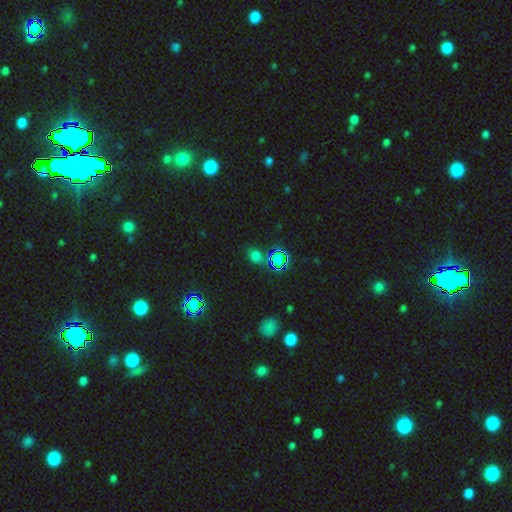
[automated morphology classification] type=smooth (49%); merging=none (73%).